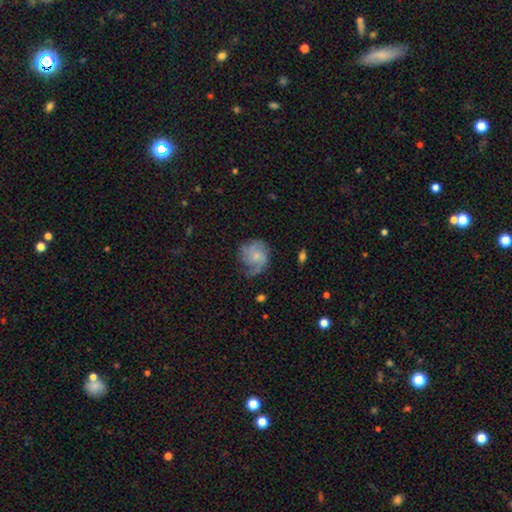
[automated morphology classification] Smooth or featured? Predicted: featured or disk (p=0.63). Edge-on disk? Predicted: no (p=0.98). Bar? Predicted: no (p=0.78). Spiral arms? Predicted: yes (p=0.89). Spiral winding? Predicted: medium (p=0.41). Spiral arm count? Predicted: can't tell (p=0.30). Bulge size? Predicted: small (p=0.63). Merging? Predicted: none (p=0.60).